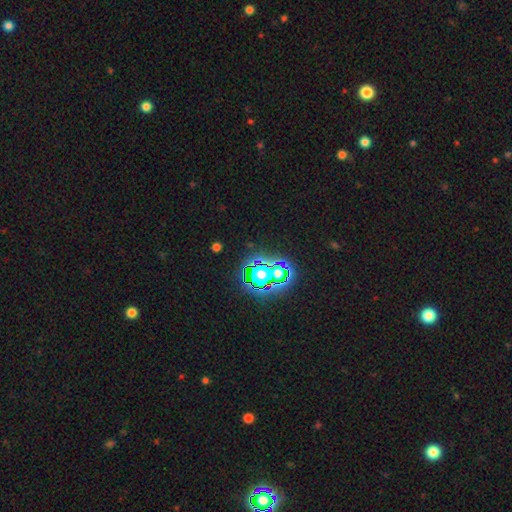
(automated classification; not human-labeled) Smooth or featured: star or artifact — 75% (smooth — 16%)